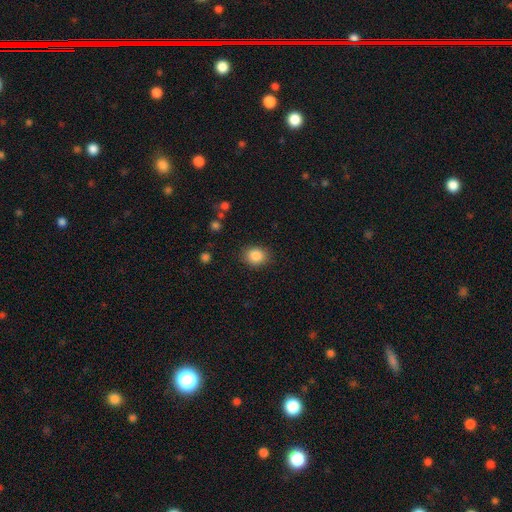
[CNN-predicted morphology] This appears to be a smooth galaxy with no disk features (87%) that is round (61%). Merging: none (85%).